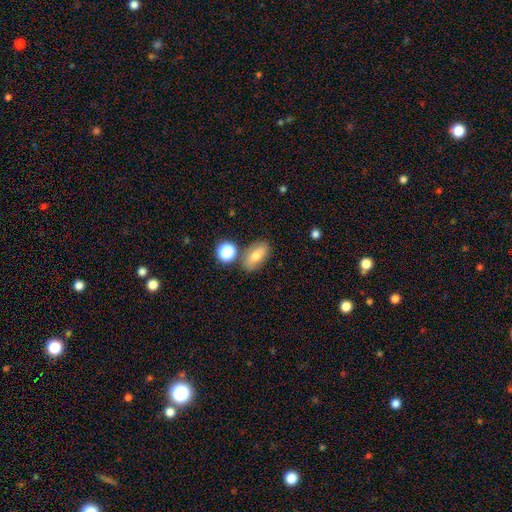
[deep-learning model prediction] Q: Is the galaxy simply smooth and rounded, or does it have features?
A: smooth — 71%.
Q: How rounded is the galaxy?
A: in between — 82%.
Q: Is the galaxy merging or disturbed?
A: none — 74%.